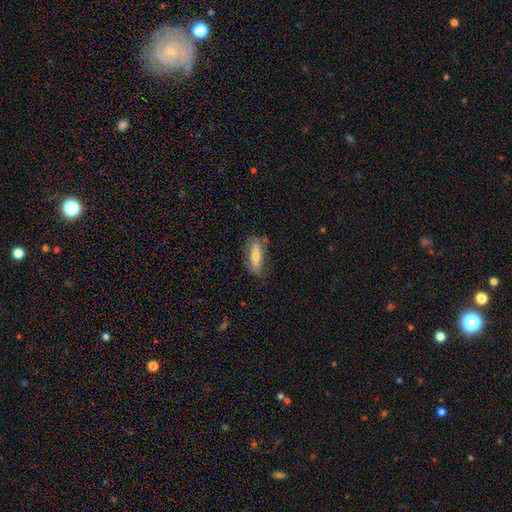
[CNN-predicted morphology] type=smooth (52%); roundness=in between (61%); merging=none (72%).